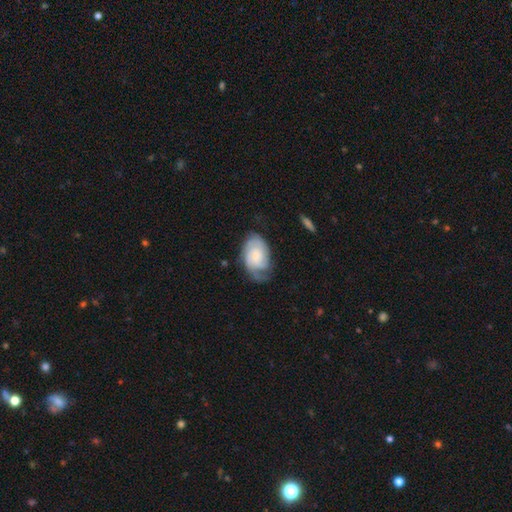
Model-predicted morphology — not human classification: A featured or disk galaxy (79%) with no bar (70%), 2 (53%) tight (61%) spiral arms (95%) and a small central bulge (64%). Merging: none (61%).